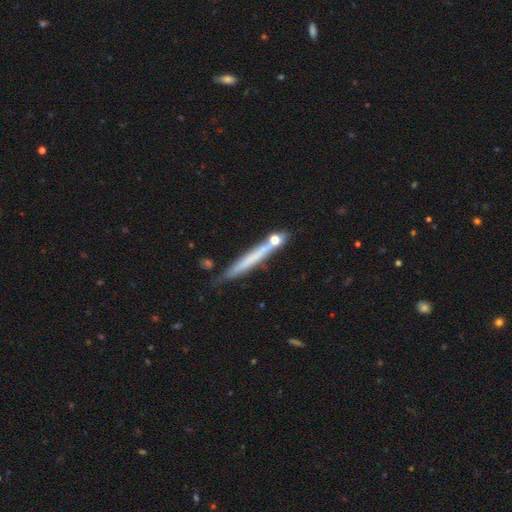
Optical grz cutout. It shows a smooth galaxy with no disk features (50%) that is cigar-shaped (100%). Merging: none (66%).